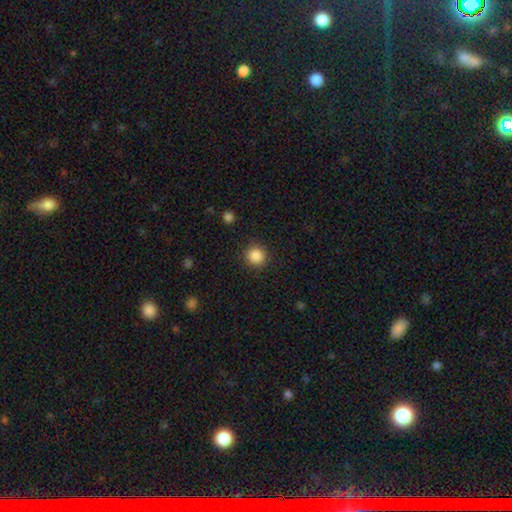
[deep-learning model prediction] Overall: smooth (87%). How rounded: round (93%). Merging: none (90%).